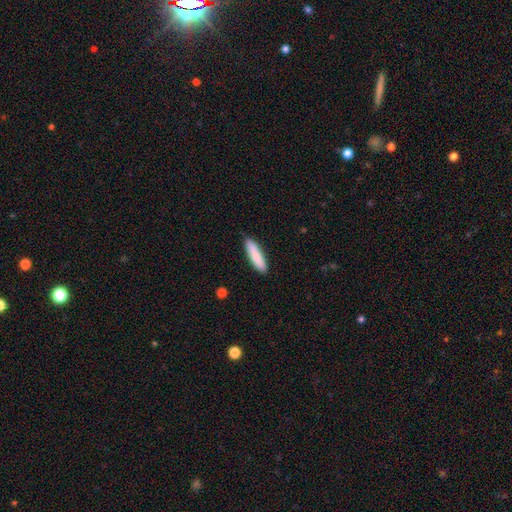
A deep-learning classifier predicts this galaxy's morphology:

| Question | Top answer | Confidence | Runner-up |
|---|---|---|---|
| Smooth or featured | smooth | 85% | featured or disk (10%) |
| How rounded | cigar-shaped | 82% | in between (17%) |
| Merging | none | 89% | minor disturbance (8%) |